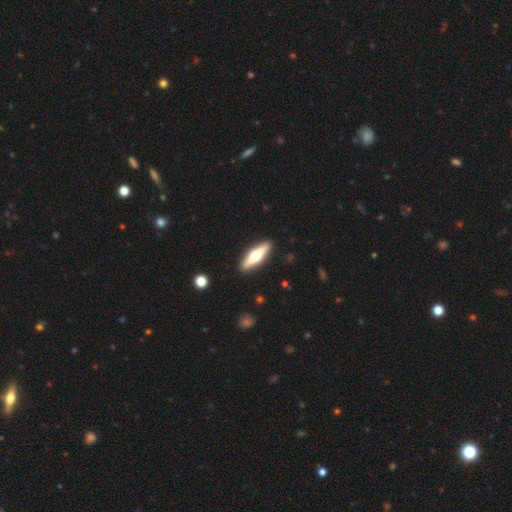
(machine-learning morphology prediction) The model was most divided on "smooth or featured": featured or disk: 55%, smooth: 40%, star or artifact: 5%. More confident: edge-on bulge — rounded (95%); edge-on disk — yes (92%); merging — none (90%).